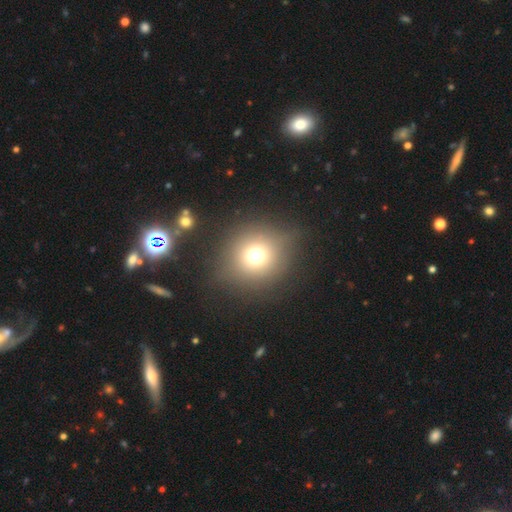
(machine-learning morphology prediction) Q: Smooth or featured?
A: smooth (70%); runner-up: star or artifact (18%)
Q: How rounded?
A: round (87%); runner-up: in between (12%)
Q: Merging?
A: none (80%); runner-up: minor disturbance (11%)